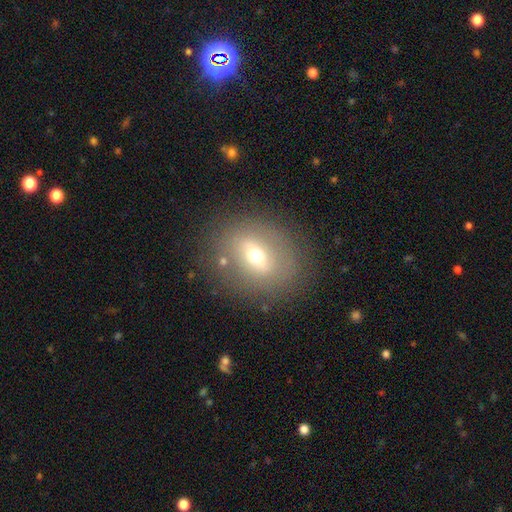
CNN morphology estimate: A smooth galaxy with no disk features (46%).

Vote fractions:
- Smooth or featured? smooth: 46% / featured or disk: 42% / star or artifact: 12%
- Merging? none: 81% / minor disturbance: 11% / major disturbance: 6% / merger: 2%